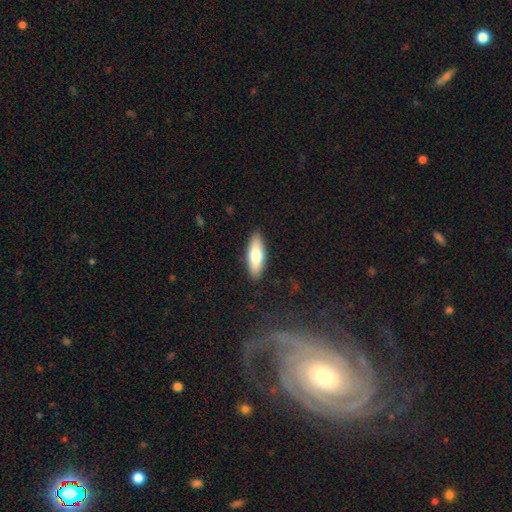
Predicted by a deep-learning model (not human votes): Smooth or featured: smooth — 74% (featured or disk — 20%)
How rounded: in between — 62% (cigar-shaped — 36%)
Merging: none — 89% (minor disturbance — 8%)